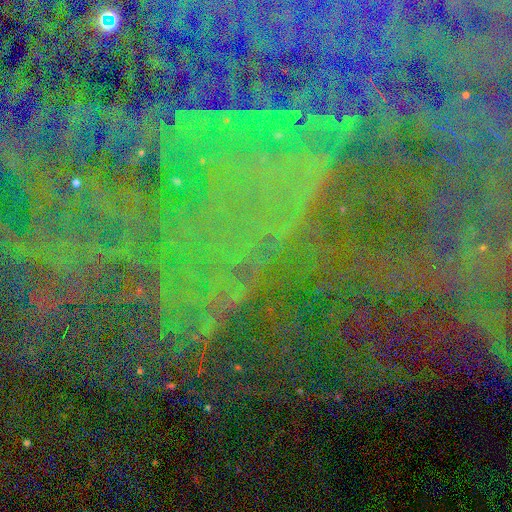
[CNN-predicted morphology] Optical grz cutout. It shows a star or artifact, not a galaxy (83%).